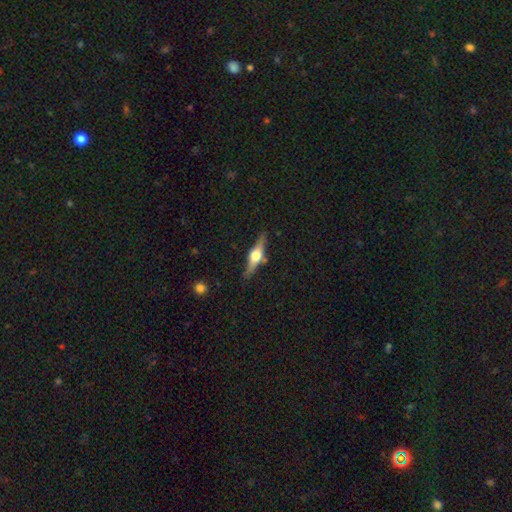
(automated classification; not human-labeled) A featured or disk galaxy (70%) viewed edge-on (96%) with a rounded central bulge (94%). Merging: none (85%).